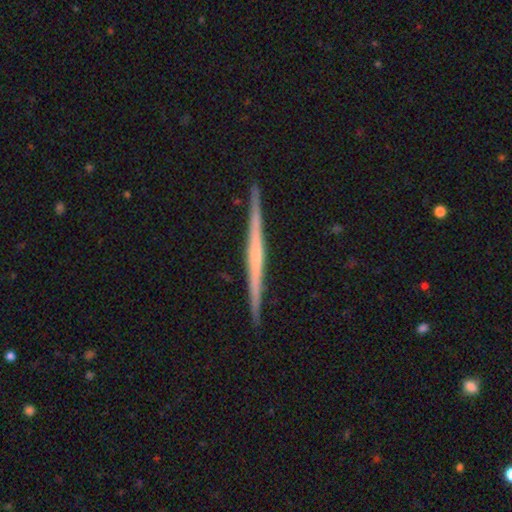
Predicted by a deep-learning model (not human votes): Morphology: type=featured or disk (72%); edge-on=yes (98%); edge-on bulge=none (70%); merging=none (92%).